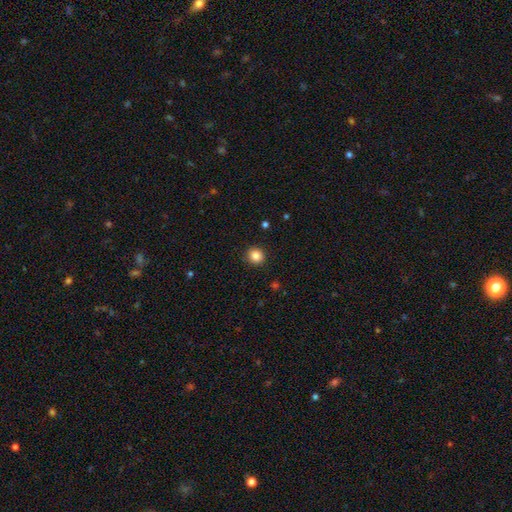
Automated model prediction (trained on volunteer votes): Overall: smooth (86%). How rounded: round (90%). Merging: none (92%).